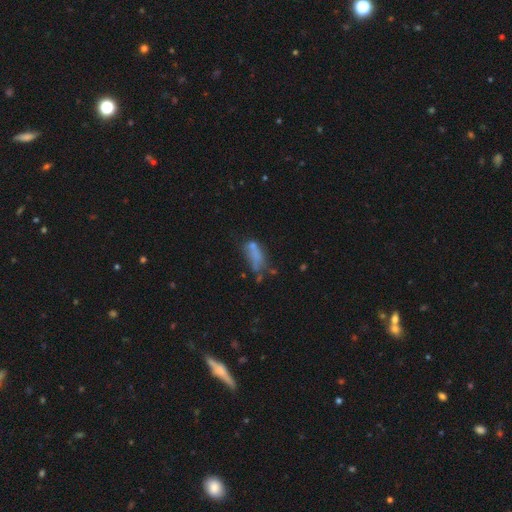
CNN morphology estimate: The model was most divided on "merging" (2-way tie): none: 28%, major disturbance: 28%, minor disturbance: 23%, merger: 20%. More confident: how rounded — in between (73%); smooth or featured — smooth (56%).